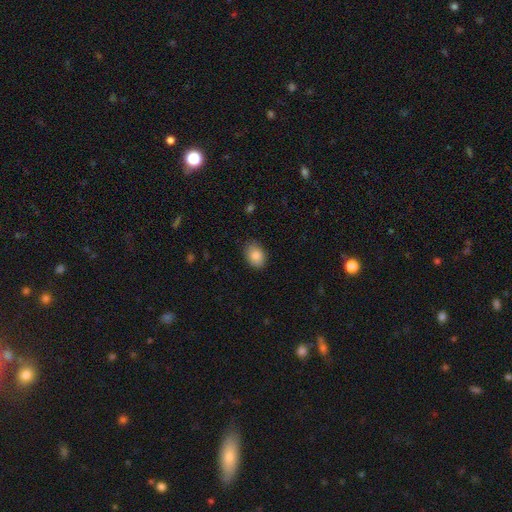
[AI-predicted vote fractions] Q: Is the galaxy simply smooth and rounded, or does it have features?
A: smooth — 85%.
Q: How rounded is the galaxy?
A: in between — 81%.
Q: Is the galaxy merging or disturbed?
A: none — 85%.